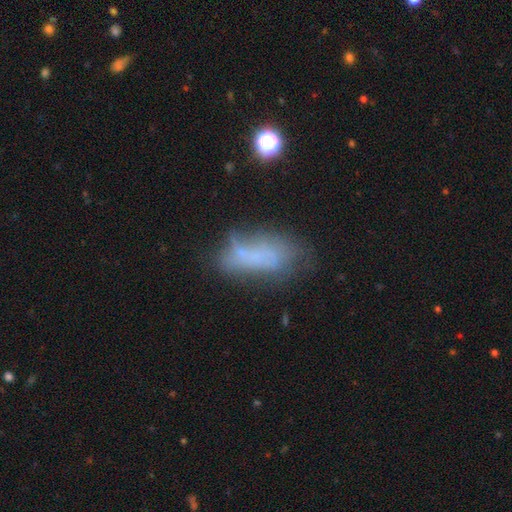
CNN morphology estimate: A smooth galaxy with no disk features (54%) that is in between round and cigar-shaped (77%).

Vote fractions:
- Smooth or featured? smooth: 54% / featured or disk: 32% / star or artifact: 14%
- How rounded? in between: 77% / cigar-shaped: 19% / round: 4%
- Merging? none: 41% / minor disturbance: 28% / major disturbance: 22% / merger: 9%